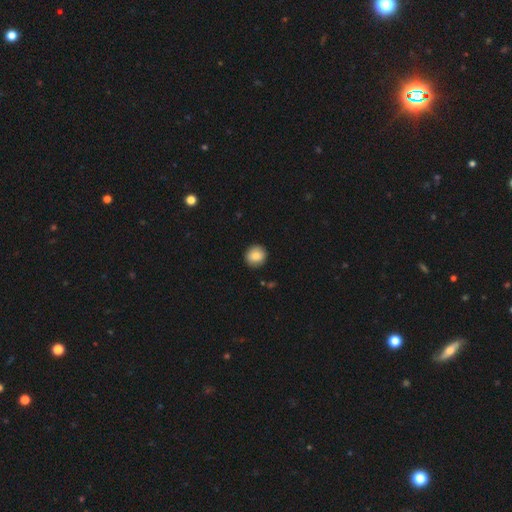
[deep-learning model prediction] Smooth or featured?
  - smooth: 84% *
  - star or artifact: 8%
  - featured or disk: 8%
How rounded?
  - round: 91% *
  - in between: 8%
  - cigar-shaped: 1%
Merging?
  - none: 90% *
  - minor disturbance: 8%
  - major disturbance: 2%
  - merger: 1%